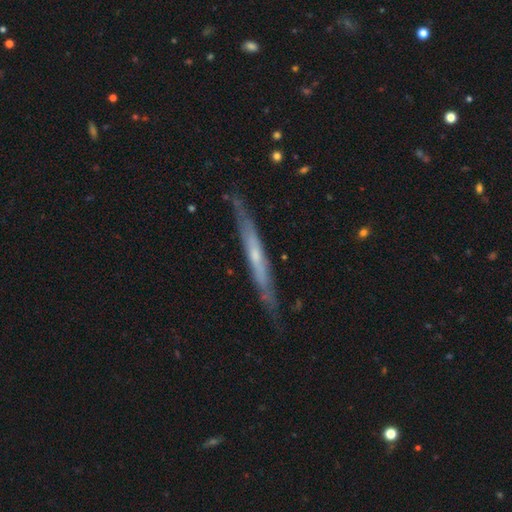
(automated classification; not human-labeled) smooth_or_featured: featured or disk (p=0.66) [alt: smooth p=0.28]
disk_edge_on: yes (p=0.90) [alt: no p=0.10]
edge_on_bulge: none (p=0.59) [alt: rounded p=0.36]
merging: none (p=0.79) [alt: minor disturbance p=0.17]